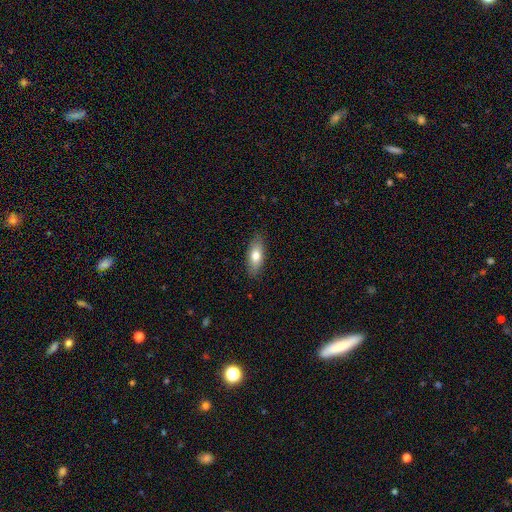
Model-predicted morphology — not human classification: This appears to be a smooth galaxy with no disk features (75%) that is in between round and cigar-shaped (77%). Merging: none (85%).